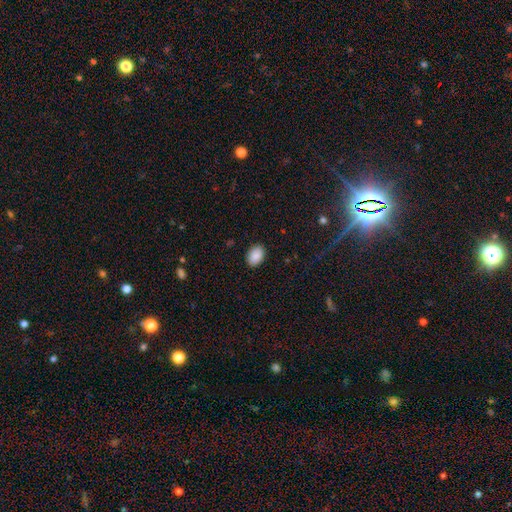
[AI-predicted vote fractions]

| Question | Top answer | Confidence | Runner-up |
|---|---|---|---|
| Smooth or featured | smooth | 90% | star or artifact (7%) |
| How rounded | in between | 83% | round (16%) |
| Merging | none | 90% | minor disturbance (8%) |